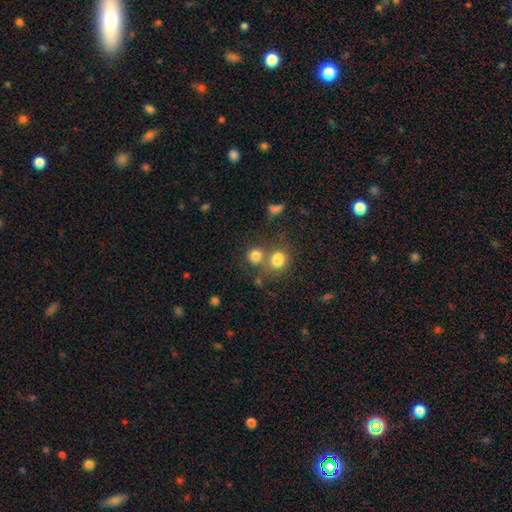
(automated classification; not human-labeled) A smooth galaxy with no disk features (78%) that is round (82%). Merging: none (49%).